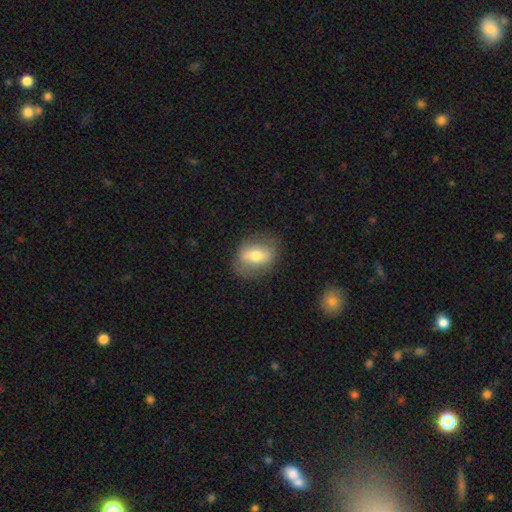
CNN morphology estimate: type=smooth (55%); roundness=in between (66%); merging=none (79%).